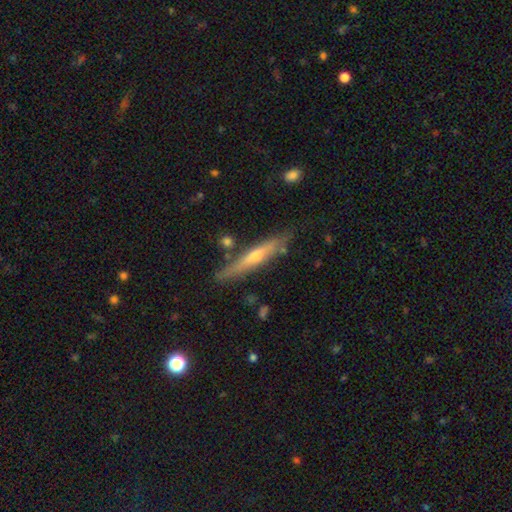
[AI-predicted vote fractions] A featured or disk galaxy (58%) viewed edge-on (91%) with a rounded central bulge (78%). Merging: none (78%).